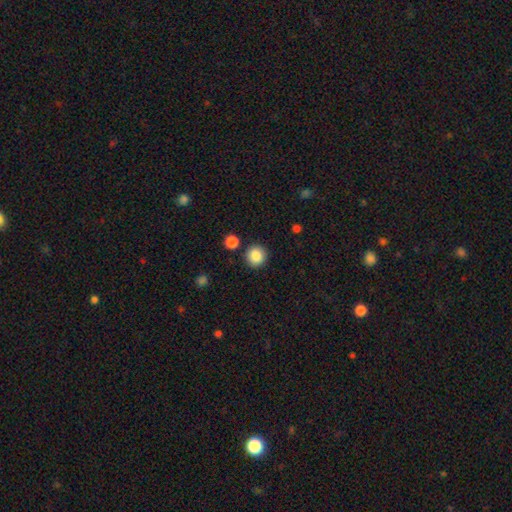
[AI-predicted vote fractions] Morphology: type=smooth (87%); roundness=round (90%); merging=none (89%).